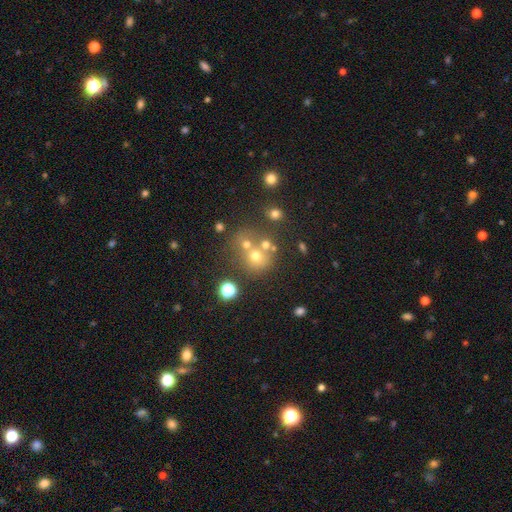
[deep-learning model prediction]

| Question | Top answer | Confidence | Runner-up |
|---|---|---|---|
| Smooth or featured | smooth | 59% | star or artifact (22%) |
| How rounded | round | 83% | in between (16%) |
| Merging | none | 50% | merger (35%) |